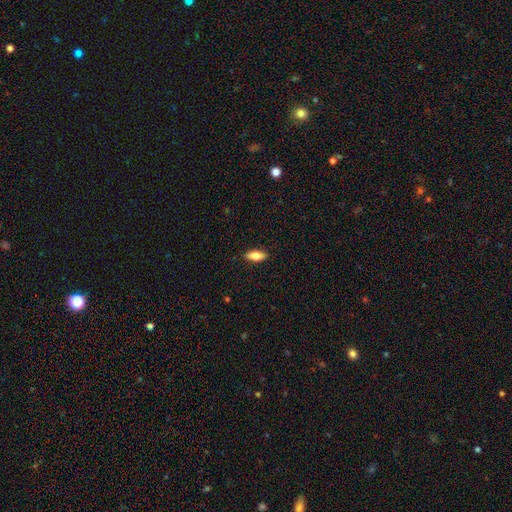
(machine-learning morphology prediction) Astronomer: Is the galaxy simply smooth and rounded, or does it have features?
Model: smooth — 76%.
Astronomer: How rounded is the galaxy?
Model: in between — 77%.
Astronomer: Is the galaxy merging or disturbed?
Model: none — 89%.